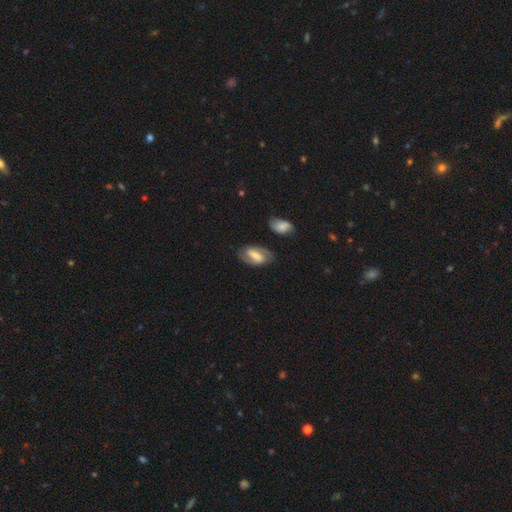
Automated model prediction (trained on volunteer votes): Smooth or featured?
  - featured or disk: 68% *
  - smooth: 25%
  - star or artifact: 6%
Edge-on disk?
  - no: 94% *
  - yes: 6%
Bar?
  - strong: 51% *
  - weak: 37%
  - no: 13%
Spiral arms?
  - yes: 85% *
  - no: 15%
Spiral winding?
  - medium: 47% *
  - tight: 31%
  - loose: 21%
Spiral arm count?
  - 2: 86% *
  - can't tell: 8%
  - 1: 3%
  - 3: 1%
  - 4: 1%
  - more than 4: 1%
Bulge size?
  - moderate: 43% *
  - small: 37%
  - none: 10%
  - large: 9%
  - dominant: 2%
Merging?
  - none: 79% *
  - minor disturbance: 14%
  - major disturbance: 4%
  - merger: 3%